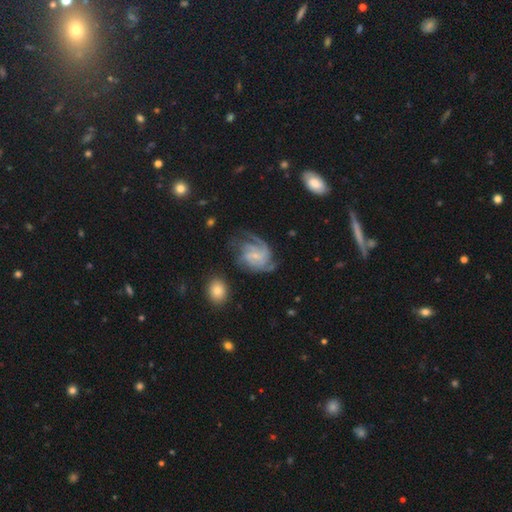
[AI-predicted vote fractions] Q: Smooth or featured?
A: featured or disk (84%); runner-up: smooth (10%)
Q: Edge-on disk?
A: no (98%); runner-up: yes (2%)
Q: Bar?
A: no (51%); runner-up: weak (40%)
Q: Spiral arms?
A: yes (95%); runner-up: no (5%)
Q: Spiral winding?
A: medium (43%); runner-up: tight (41%)
Q: Spiral arm count?
A: 3 (34%); runner-up: can't tell (21%)
Q: Bulge size?
A: small (74%); runner-up: moderate (16%)
Q: Merging?
A: none (57%); runner-up: minor disturbance (20%)